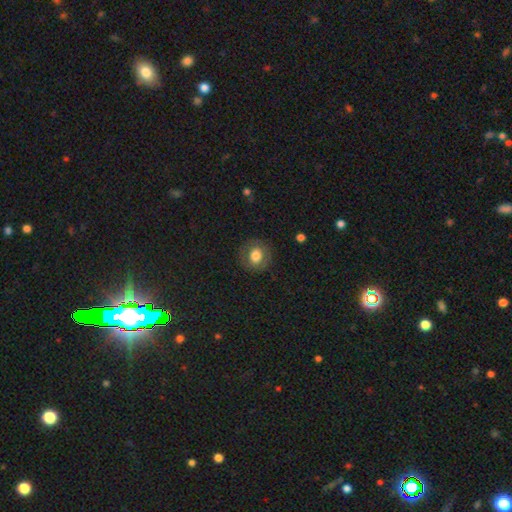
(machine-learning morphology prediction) A smooth galaxy with no disk features (70%) that is round (80%).

Vote fractions:
- Smooth or featured? smooth: 70% / featured or disk: 21% / star or artifact: 9%
- How rounded? round: 80% / in between: 19% / cigar-shaped: 1%
- Merging? none: 84% / minor disturbance: 10% / major disturbance: 4% / merger: 1%